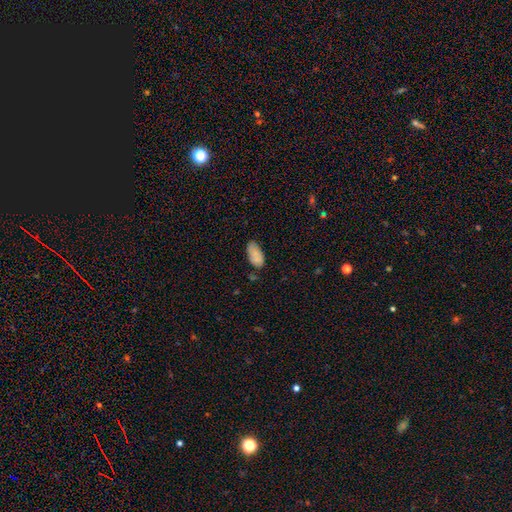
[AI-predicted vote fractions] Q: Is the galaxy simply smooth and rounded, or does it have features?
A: smooth — 83%.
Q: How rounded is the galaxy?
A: in between — 93%.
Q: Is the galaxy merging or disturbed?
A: none — 67%.